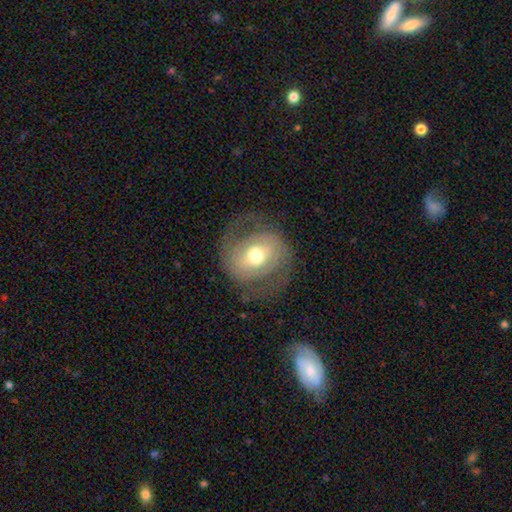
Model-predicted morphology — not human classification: This is likely a featured or disk galaxy (67%). It is clearly not viewed edge-on (96%). Bar: possibly no (49%). Spiral arm pattern: likely yes (70%). Central bulge: likely moderate (70%). Merging: likely none (70%).